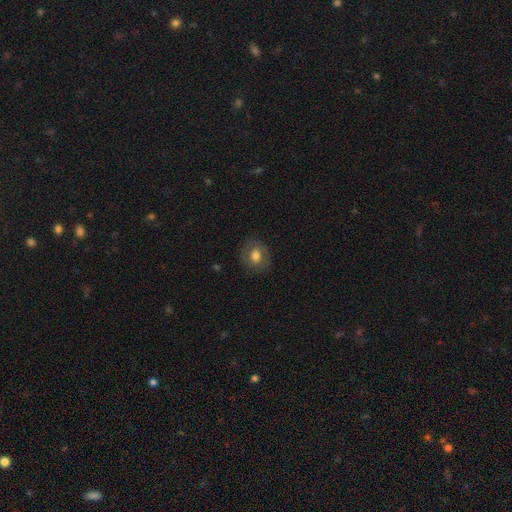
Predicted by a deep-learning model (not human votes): Smooth or featured? smooth (69%)
How rounded? round (57%)
Merging? none (84%)